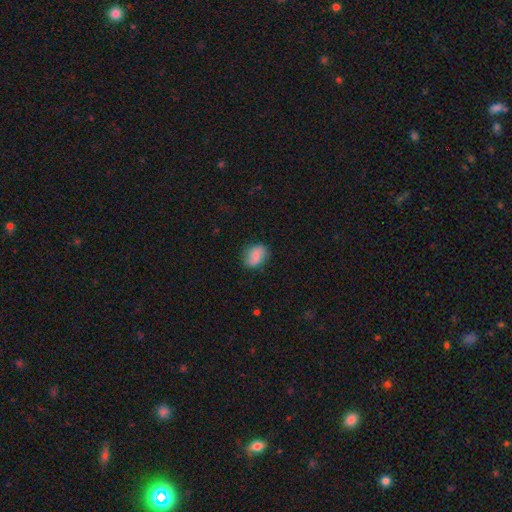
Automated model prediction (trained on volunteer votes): smooth_or_featured: smooth (p=0.74) [alt: featured or disk p=0.18]
how_rounded: in between (p=0.71) [alt: round p=0.27]
merging: none (p=0.78) [alt: minor disturbance p=0.16]